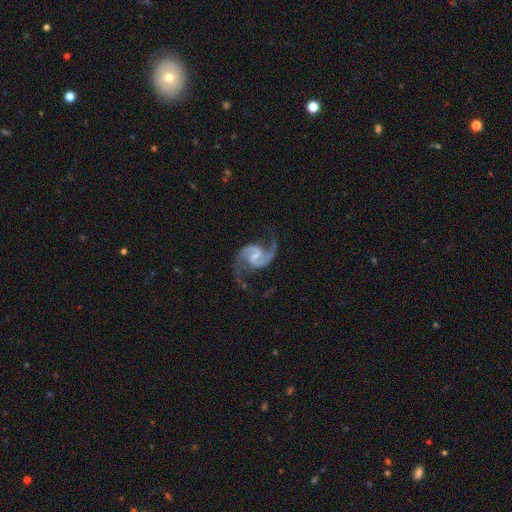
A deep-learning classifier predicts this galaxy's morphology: type=featured or disk (93%); edge-on=no (98%); bar=weak (56%); spiral arms=yes (98%); winding=medium (55%); arm count=2 (95%); bulge=small (49%); merging=none (76%).